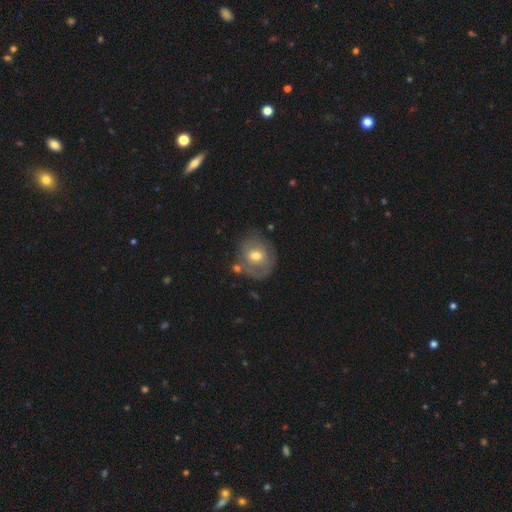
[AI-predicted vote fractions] smooth-or-featured: smooth: 49% | featured or disk: 42% | star or artifact: 9%
  merging: none: 67% | minor disturbance: 19% | merger: 8% | major disturbance: 7%